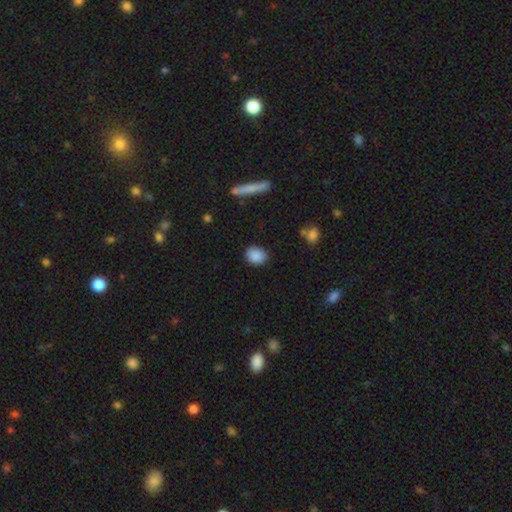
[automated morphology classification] Smooth or featured? Predicted: smooth (p=0.88). How rounded? Predicted: round (p=0.51). Merging? Predicted: none (p=0.84).